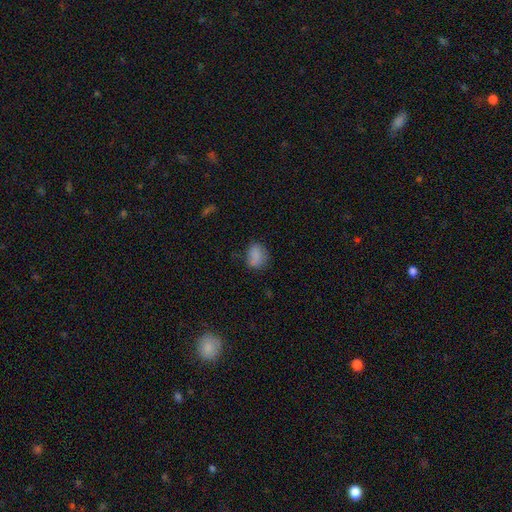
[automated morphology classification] Q: Smooth or featured?
A: smooth (82%); runner-up: star or artifact (10%)
Q: How rounded?
A: in between (63%); runner-up: round (36%)
Q: Merging?
A: none (68%); runner-up: minor disturbance (22%)